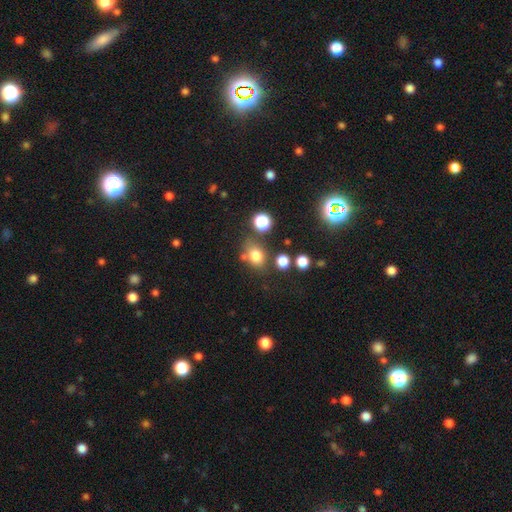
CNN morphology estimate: Q: Smooth or featured?
A: smooth (76%); runner-up: star or artifact (15%)
Q: How rounded?
A: round (54%); runner-up: in between (45%)
Q: Merging?
A: none (66%); runner-up: minor disturbance (16%)